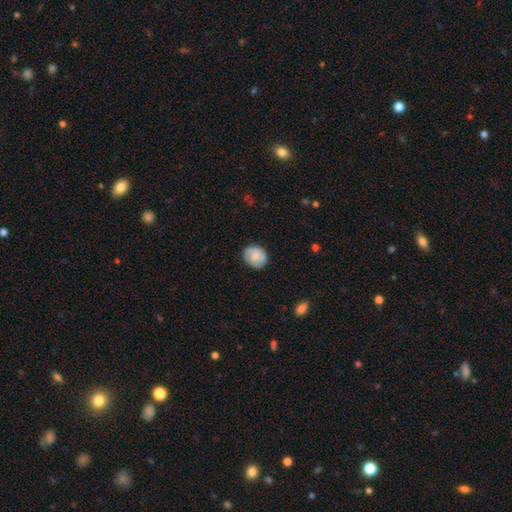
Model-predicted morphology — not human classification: Smooth or featured? smooth (66%)
How rounded? round (63%)
Merging? none (76%)